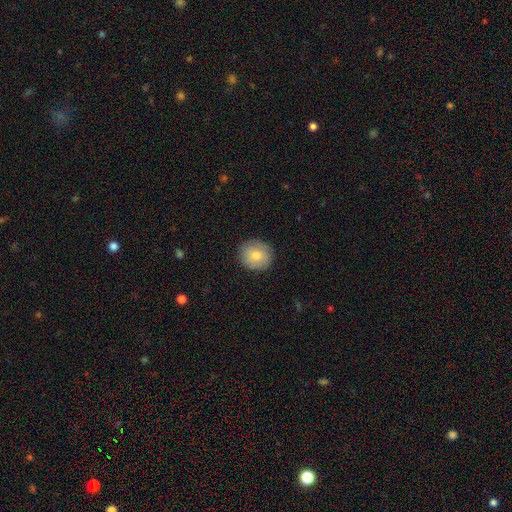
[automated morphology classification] smooth-or-featured: smooth: 80% | featured or disk: 13% | star or artifact: 8%
  how-rounded: round: 87% | in between: 12% | cigar-shaped: 1%
  merging: none: 89% | minor disturbance: 8% | major disturbance: 2% | merger: 1%